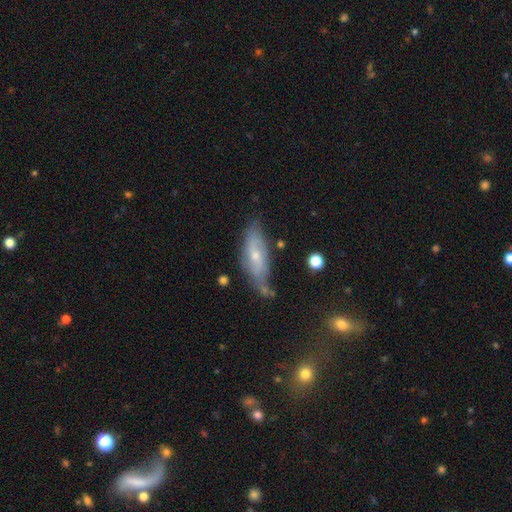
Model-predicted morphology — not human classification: A featured or disk galaxy (54%). Merging: none (53%).